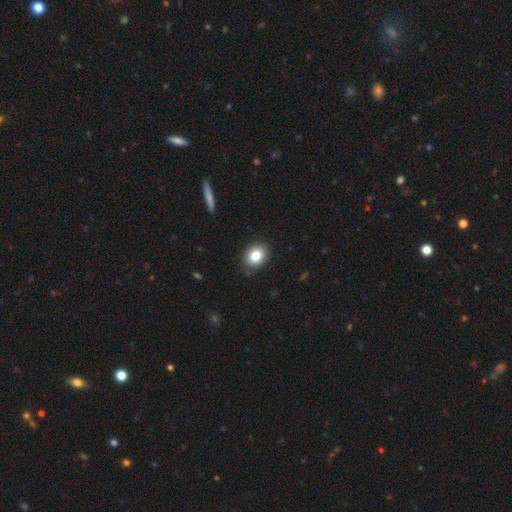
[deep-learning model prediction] Smooth or featured?
  - smooth: 83% *
  - star or artifact: 9%
  - featured or disk: 8%
How rounded?
  - round: 50% *
  - in between: 49%
  - cigar-shaped: 1%
Merging?
  - none: 87% *
  - minor disturbance: 10%
  - major disturbance: 2%
  - merger: 1%